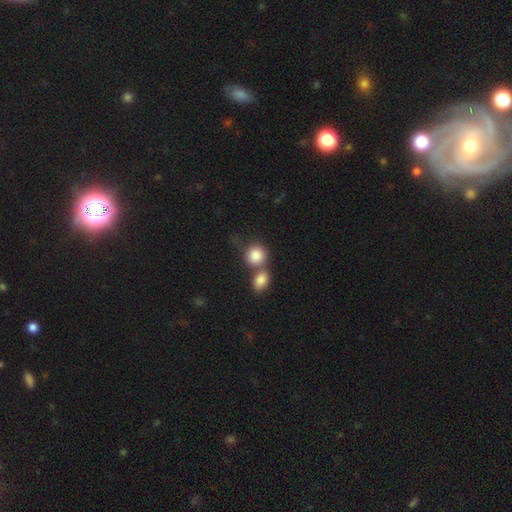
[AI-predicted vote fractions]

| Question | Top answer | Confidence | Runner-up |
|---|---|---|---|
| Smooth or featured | smooth | 84% | featured or disk (8%) |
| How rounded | round | 81% | in between (18%) |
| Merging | merger | 51% | none (36%) |